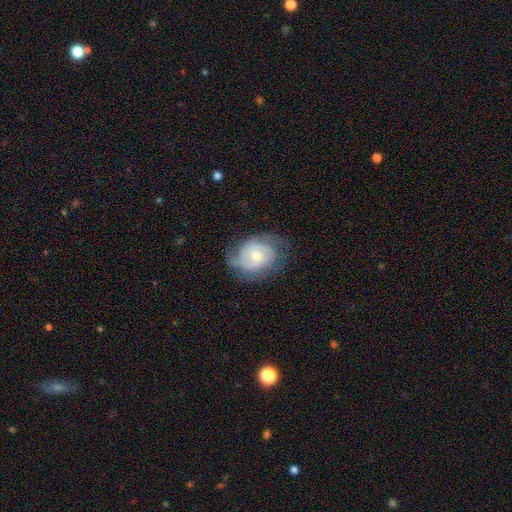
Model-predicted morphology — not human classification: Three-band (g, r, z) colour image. It shows a featured or disk galaxy (71%) with no bar (71%), 2 (50%) tight (49%) spiral arms (89%) and a moderate central bulge (57%). Merging: none (63%).